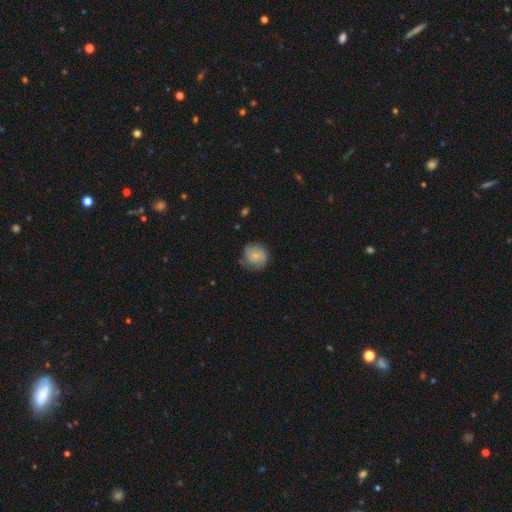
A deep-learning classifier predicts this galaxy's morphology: A smooth galaxy with no disk features (58%) that is round (86%).

Vote fractions:
- Smooth or featured? smooth: 58% / featured or disk: 34% / star or artifact: 7%
- How rounded? round: 86% / in between: 13% / cigar-shaped: 1%
- Merging? none: 67% / minor disturbance: 24% / major disturbance: 7% / merger: 2%